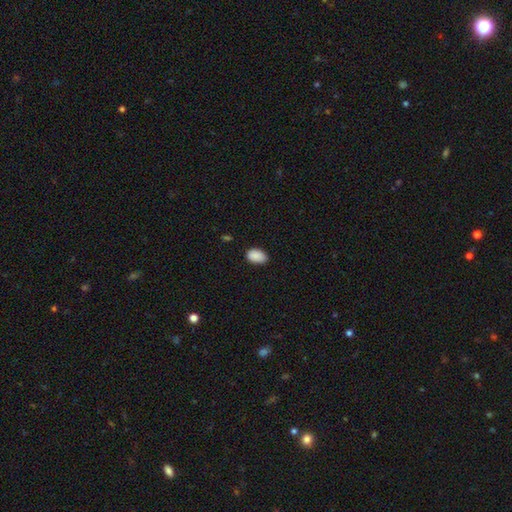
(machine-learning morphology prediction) A smooth galaxy with no disk features (90%) that is in between round and cigar-shaped (90%).

Vote fractions:
- Smooth or featured? smooth: 90% / star or artifact: 7% / featured or disk: 3%
- How rounded? in between: 90% / round: 9% / cigar-shaped: 1%
- Merging? none: 80% / minor disturbance: 17% / major disturbance: 2% / merger: 1%